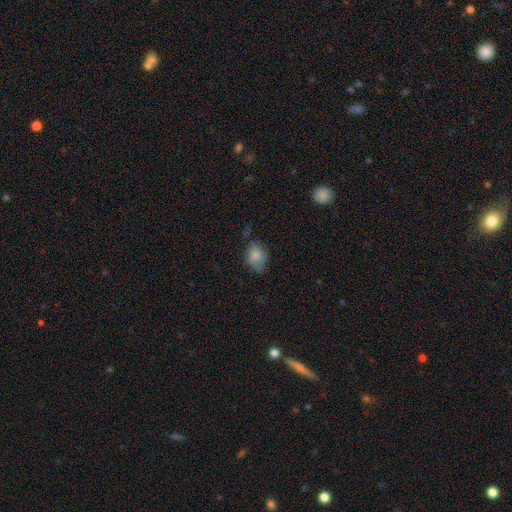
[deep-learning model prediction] smooth 74%, featured or disk 17%, star or artifact 9%. Down the decision tree: how rounded — in between (64%); merging — none (48%).